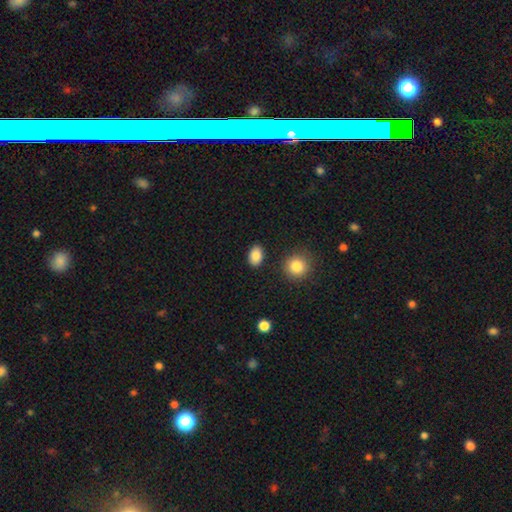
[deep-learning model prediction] The model was most divided on "how rounded": in between: 81%, round: 17%, cigar-shaped: 1%. More confident: smooth or featured — smooth (87%); merging — none (87%).